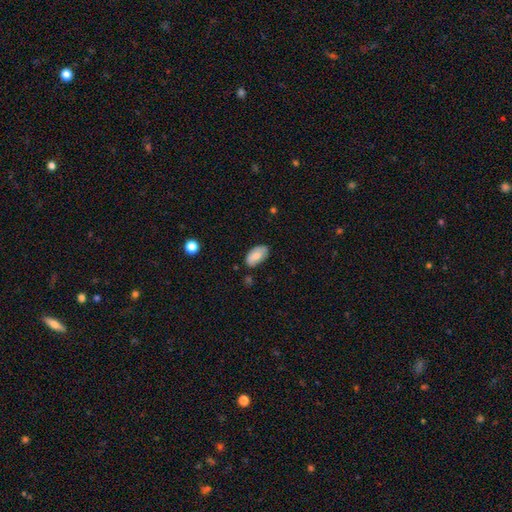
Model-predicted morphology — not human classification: smooth_or_featured: smooth (p=0.77) [alt: featured or disk p=0.17]
how_rounded: in between (p=0.94) [alt: round p=0.04]
merging: none (p=0.68) [alt: minor disturbance p=0.25]